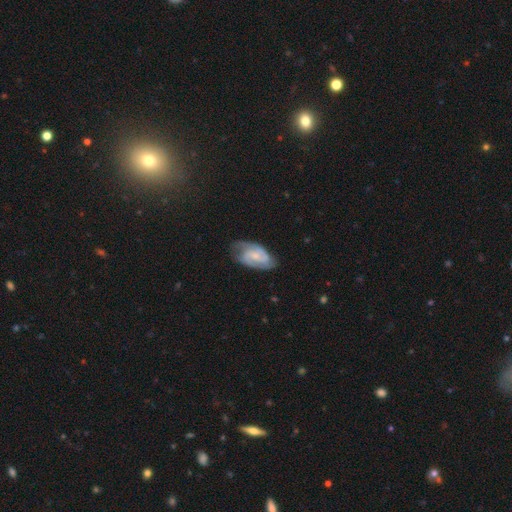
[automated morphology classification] This appears to be a featured or disk galaxy (78%) with no bar (47%), 2 (62%) medium (47%) spiral arms (95%) and a small central bulge (51%). Merging: none (66%).